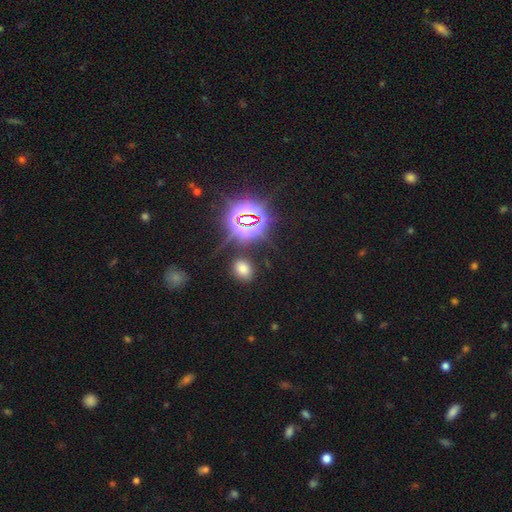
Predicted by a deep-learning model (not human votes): Smooth or featured?
  - star or artifact: 79% *
  - smooth: 15%
  - featured or disk: 6%